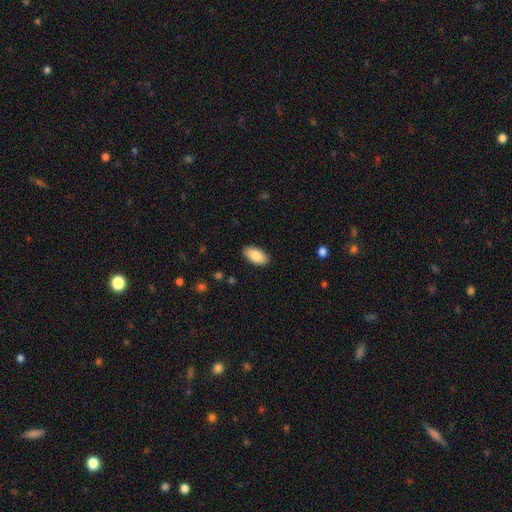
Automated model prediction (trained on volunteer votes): A smooth galaxy with no disk features (85%) that is in between round and cigar-shaped (95%). Merging: none (89%).